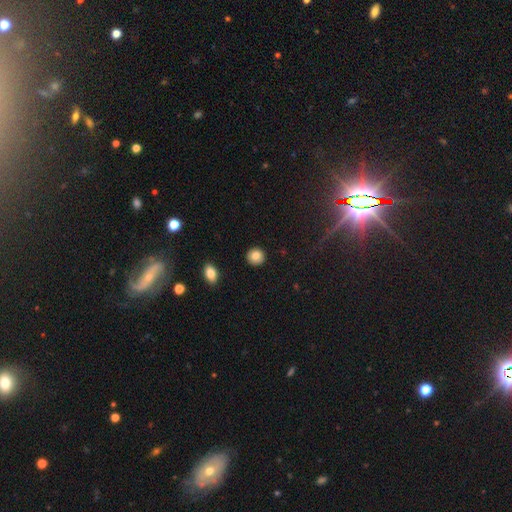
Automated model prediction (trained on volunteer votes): smooth_or_featured: smooth (p=0.82) [alt: featured or disk p=0.09]
how_rounded: round (p=0.89) [alt: in between p=0.10]
merging: none (p=0.91) [alt: minor disturbance p=0.06]